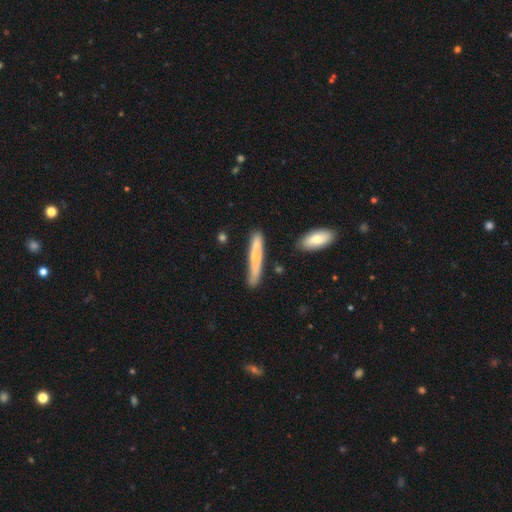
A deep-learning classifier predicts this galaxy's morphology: Smooth or featured?
  - smooth: 63% *
  - featured or disk: 31%
  - star or artifact: 6%
How rounded?
  - cigar-shaped: 94% *
  - in between: 5%
  - round: 1%
Merging?
  - none: 79% *
  - minor disturbance: 15%
  - merger: 4%
  - major disturbance: 3%